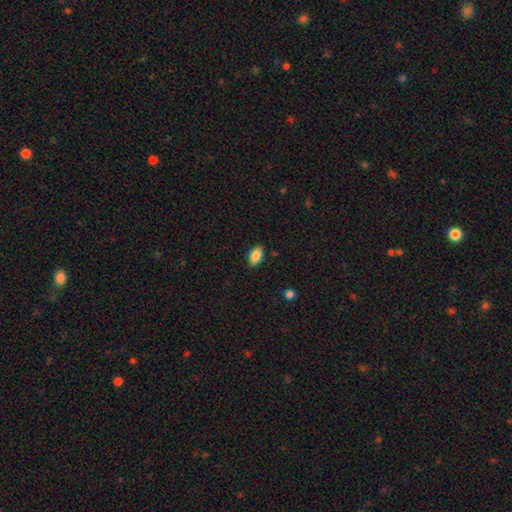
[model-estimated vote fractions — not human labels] Smooth or featured: smooth — 87% (star or artifact — 8%)
How rounded: in between — 92% (round — 6%)
Merging: none — 87% (minor disturbance — 9%)